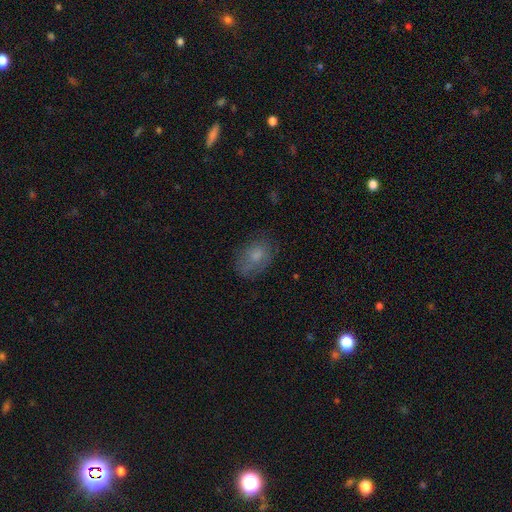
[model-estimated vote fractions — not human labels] This appears to be a smooth galaxy with no disk features (70%) that is in between round and cigar-shaped (78%). Merging: none (67%).